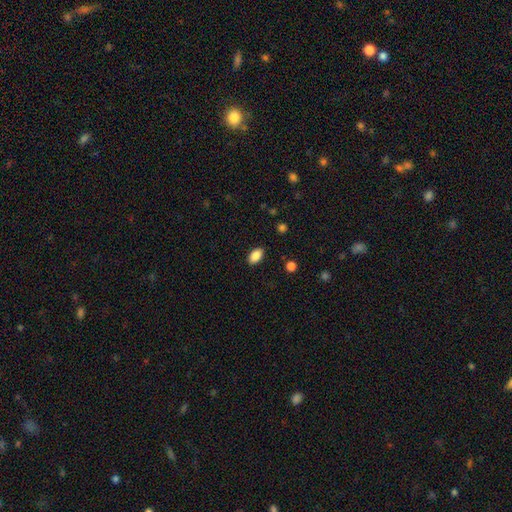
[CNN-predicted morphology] Smooth or featured? Predicted: smooth (p=0.87). How rounded? Predicted: in between (p=0.92). Merging? Predicted: none (p=0.88).